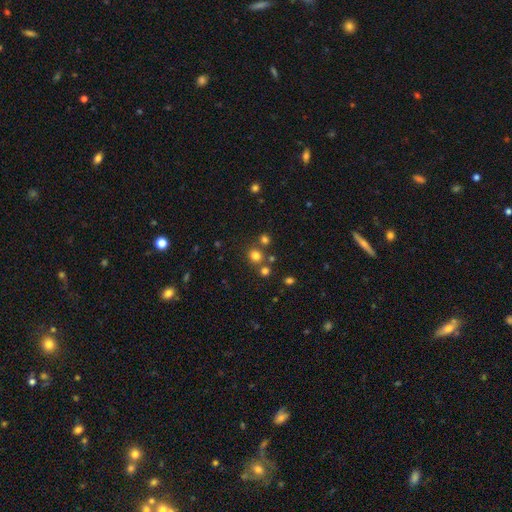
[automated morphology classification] type=smooth (75%); roundness=round (87%); merging=none (73%).